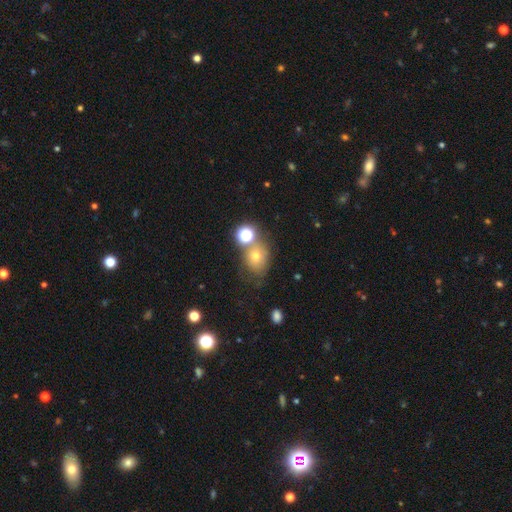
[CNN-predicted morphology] Smooth or featured? Predicted: smooth (p=0.63). How rounded? Predicted: round (p=0.57). Merging? Predicted: none (p=0.53).